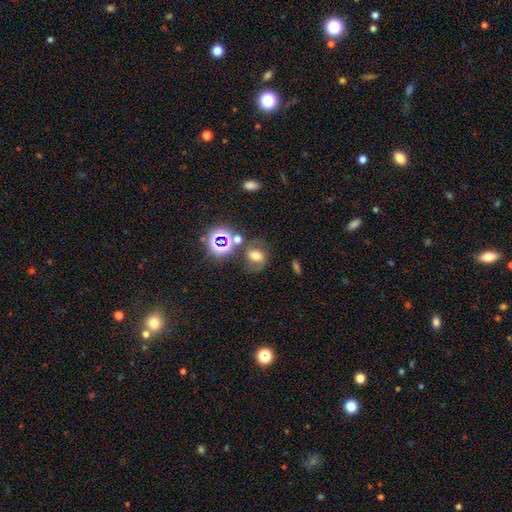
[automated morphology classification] smooth-or-featured: smooth: 42% | featured or disk: 34% | star or artifact: 25%
  merging: none: 58% | minor disturbance: 19% | merger: 13% | major disturbance: 11%